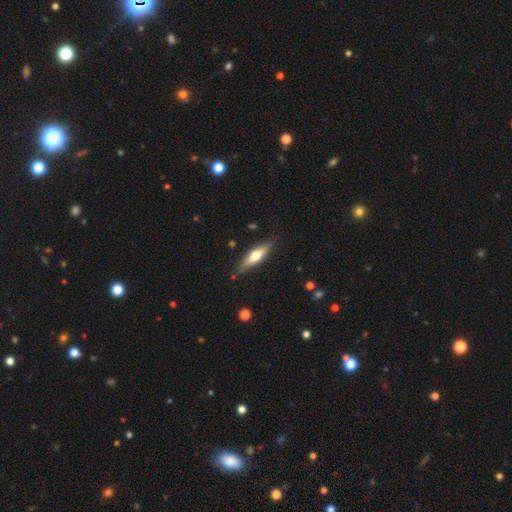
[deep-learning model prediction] This is possibly a smooth galaxy (49%). Merging: clearly none (82%).